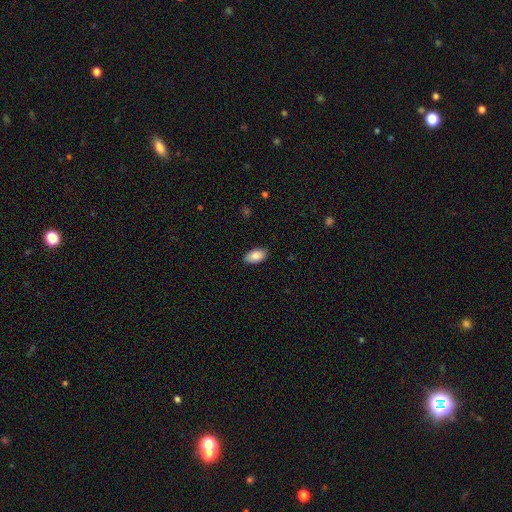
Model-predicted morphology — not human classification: The model was most divided on "merging": none: 87%, minor disturbance: 10%, major disturbance: 2%, merger: 1%. More confident: how rounded — in between (94%); smooth or featured — smooth (87%).